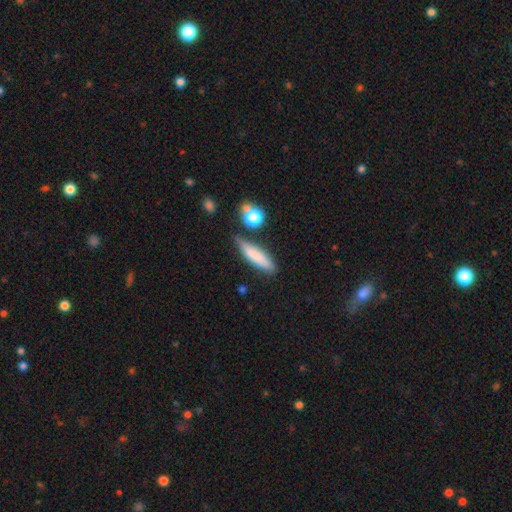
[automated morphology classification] A smooth galaxy with no disk features (76%) that is cigar-shaped (73%). Merging: none (69%).